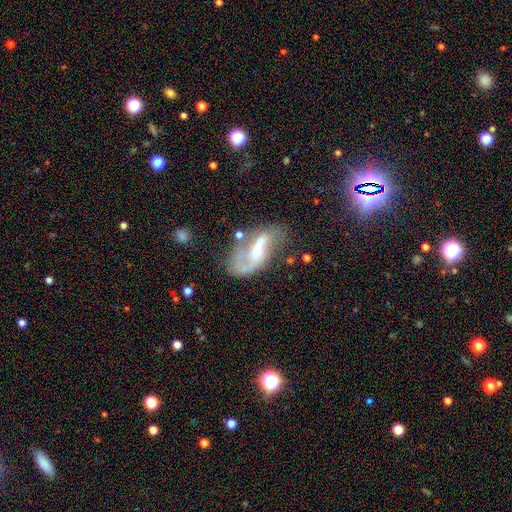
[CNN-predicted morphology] A featured or disk galaxy (64%) with no bar (41%), spiral arms (60%) and no central bulge (34%).

Vote fractions:
- Smooth or featured? featured or disk: 64% / smooth: 27% / star or artifact: 10%
- Edge-on disk? no: 95% / yes: 5%
- Bar? no: 41% / weak: 34% / strong: 26%
- Spiral arms? yes: 60% / no: 40%
- Bulge size? none: 34% / moderate: 27% / small: 24% / large: 12% / dominant: 3%
- Merging? major disturbance: 36% / none: 27% / merger: 19% / minor disturbance: 18%